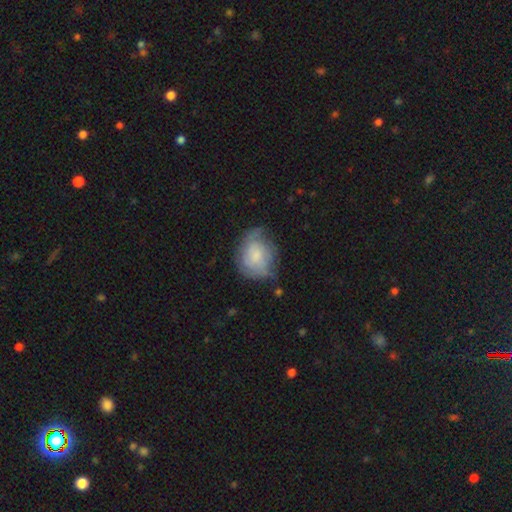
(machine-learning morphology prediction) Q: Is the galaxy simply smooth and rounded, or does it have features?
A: smooth — 48%.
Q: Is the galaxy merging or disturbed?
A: none — 52%.